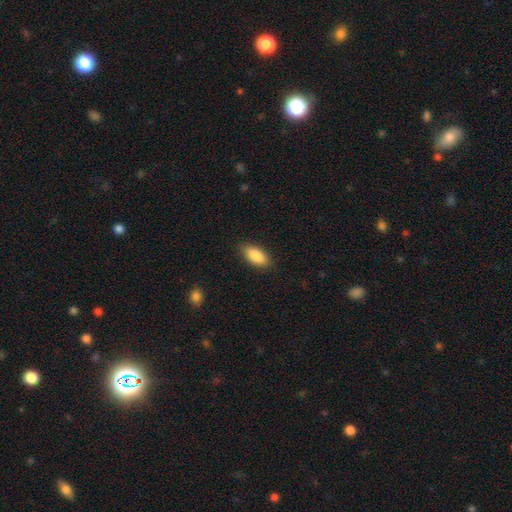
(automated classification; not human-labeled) Smooth or featured: smooth — 88% (star or artifact — 6%)
How rounded: in between — 89% (cigar-shaped — 8%)
Merging: none — 87% (minor disturbance — 10%)